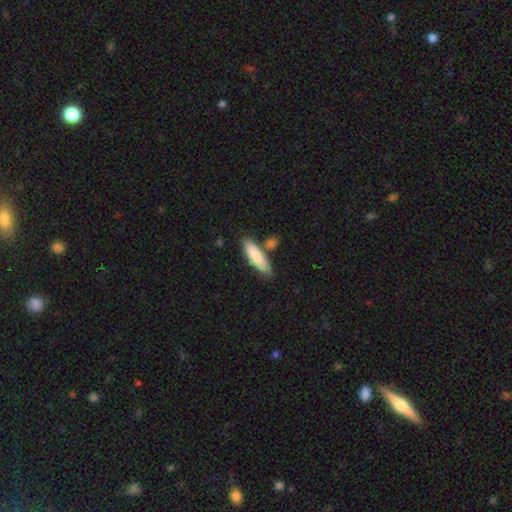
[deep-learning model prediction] This is clearly a smooth galaxy (80%). How rounded: possibly cigar-shaped (59%). Merging: likely none (72%).